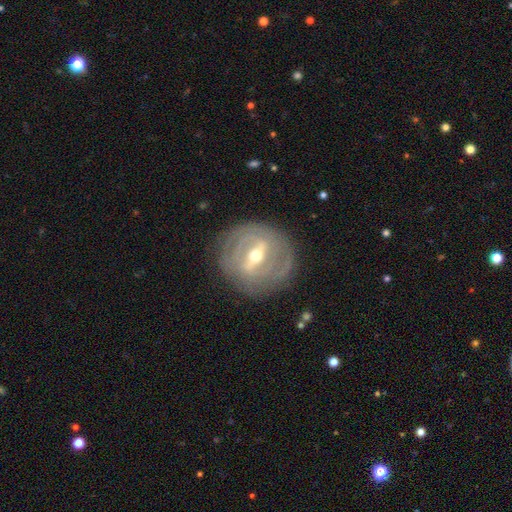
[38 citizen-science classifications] This appears to be a featured or disk galaxy (89%) with a strong bar (70%), tight (92%) spiral arms (79%) and a moderate central bulge (58%). Merging: none (79%).